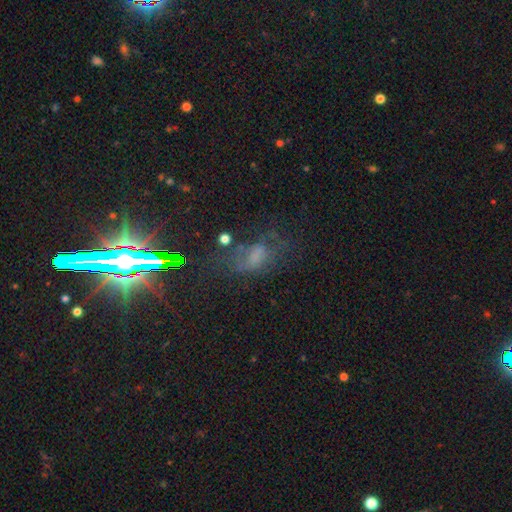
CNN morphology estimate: A smooth galaxy with no disk features (41%).

Vote fractions:
- Smooth or featured? smooth: 41% / featured or disk: 29% / star or artifact: 29%
- Merging? none: 38% / major disturbance: 34% / minor disturbance: 23% / merger: 6%